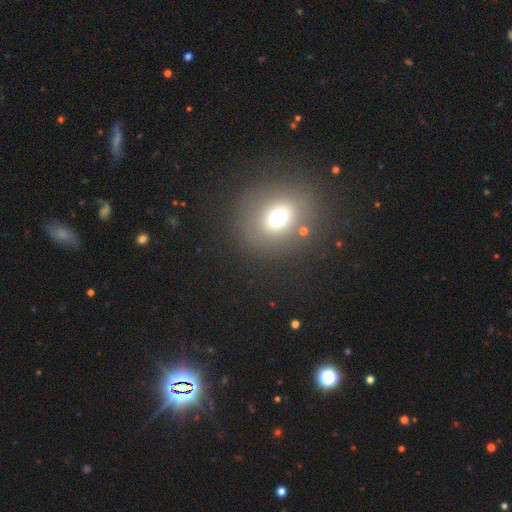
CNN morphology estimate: This is possibly a smooth galaxy (53%). How rounded: likely round (66%). Merging: clearly none (86%).